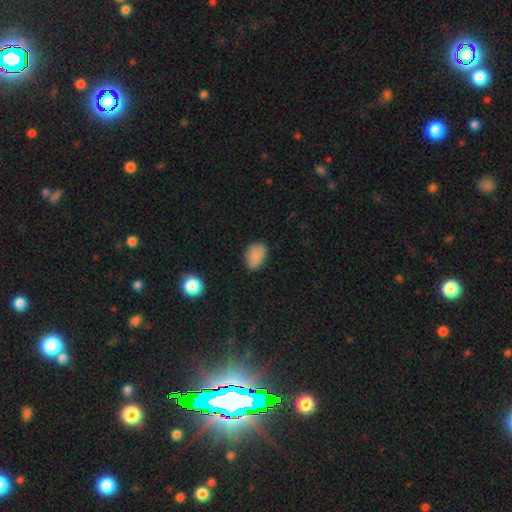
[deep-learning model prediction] Smooth or featured? Predicted: smooth (p=0.85). How rounded? Predicted: in between (p=0.82). Merging? Predicted: none (p=0.74).